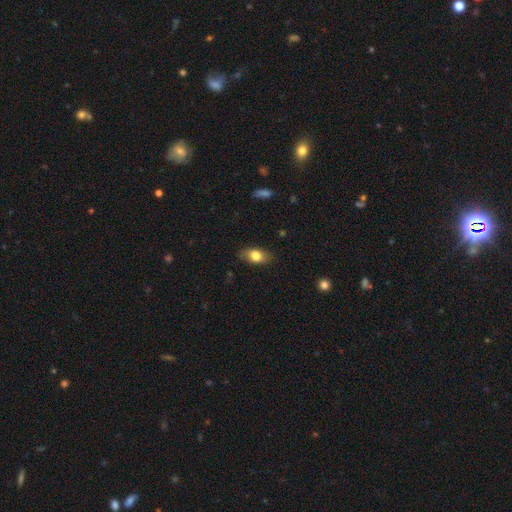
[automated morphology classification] Smooth or featured? Predicted: smooth (p=0.79). How rounded? Predicted: in between (p=0.86). Merging? Predicted: none (p=0.83).